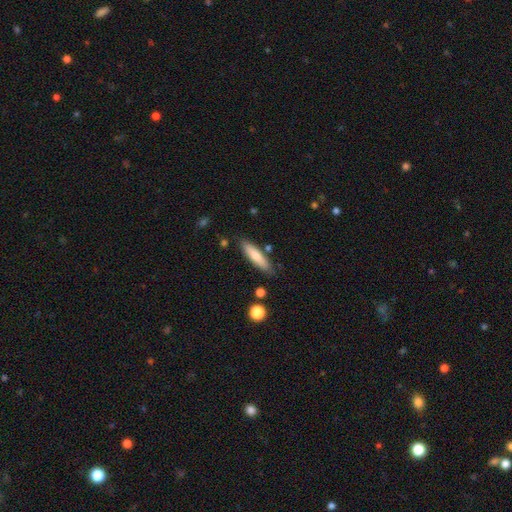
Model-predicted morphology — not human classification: The model was most divided on "how rounded": cigar-shaped: 74%, in between: 24%, round: 1%. More confident: merging — none (84%); smooth or featured — smooth (73%).